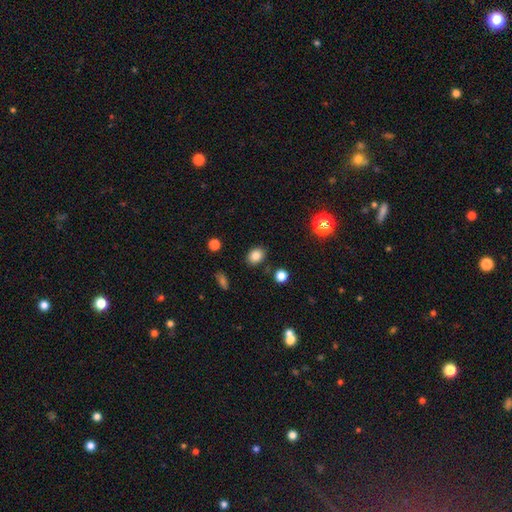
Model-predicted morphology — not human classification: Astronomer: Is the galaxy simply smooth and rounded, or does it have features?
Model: smooth — 83%.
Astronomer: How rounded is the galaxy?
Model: in between — 54% (runner-up: round, 45%).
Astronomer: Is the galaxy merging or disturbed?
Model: none — 84%.